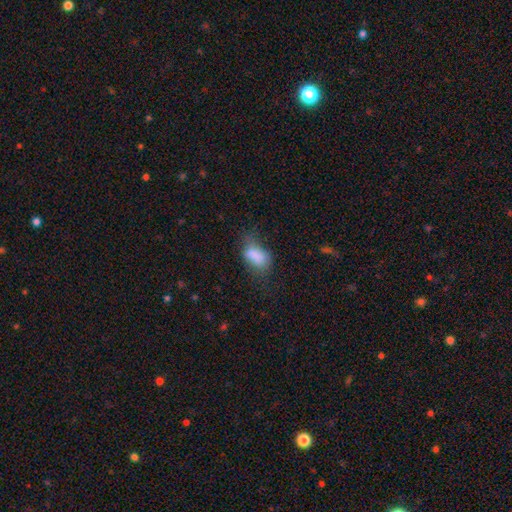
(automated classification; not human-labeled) A smooth galaxy with no disk features (77%) that is in between round and cigar-shaped (88%).

Vote fractions:
- Smooth or featured? smooth: 77% / featured or disk: 13% / star or artifact: 10%
- How rounded? in between: 88% / round: 8% / cigar-shaped: 3%
- Merging? none: 35% / minor disturbance: 33% / major disturbance: 28% / merger: 5%